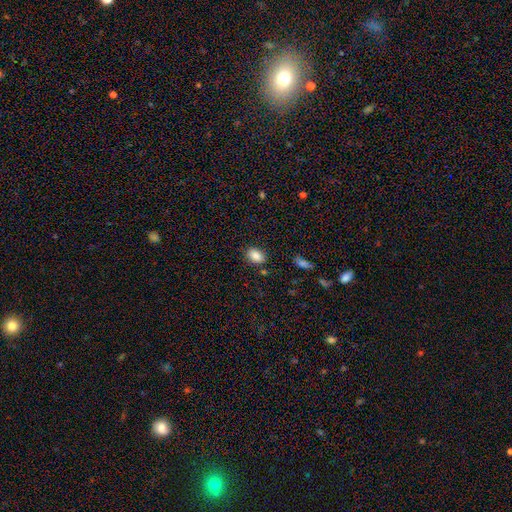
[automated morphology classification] Smooth or featured? Predicted: smooth (p=0.86). How rounded? Predicted: in between (p=0.80). Merging? Predicted: none (p=0.82).